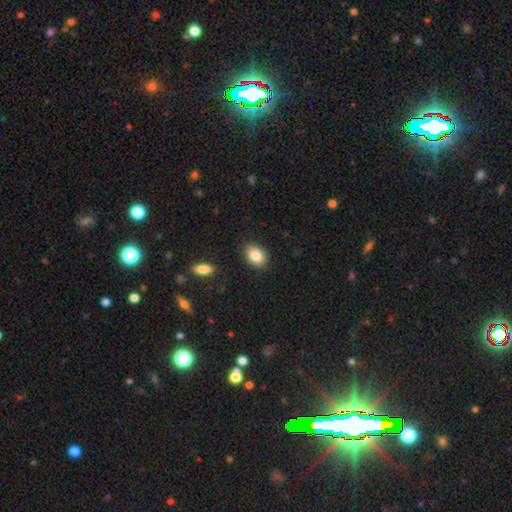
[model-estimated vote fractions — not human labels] smooth 85%, star or artifact 8%, featured or disk 7%. Down the decision tree: how rounded — in between (81%); merging — none (87%).